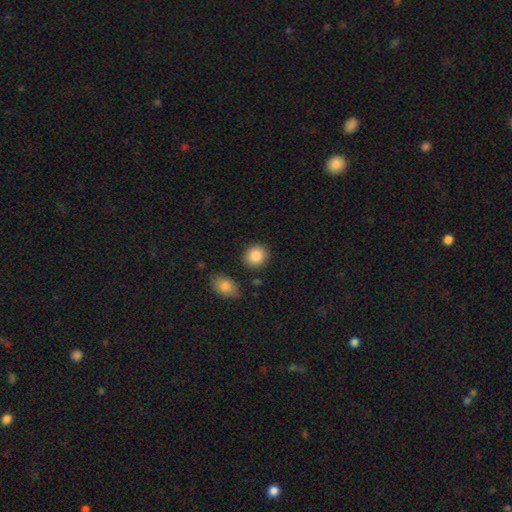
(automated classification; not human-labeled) Smooth or featured?
  - smooth: 87% *
  - star or artifact: 8%
  - featured or disk: 6%
How rounded?
  - round: 83% *
  - in between: 16%
  - cigar-shaped: 1%
Merging?
  - none: 87% *
  - minor disturbance: 8%
  - merger: 4%
  - major disturbance: 2%